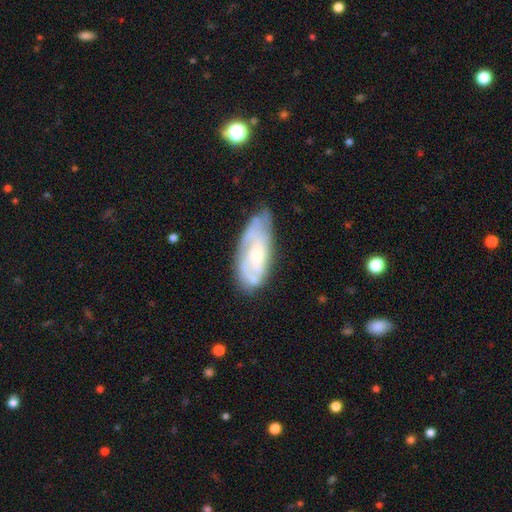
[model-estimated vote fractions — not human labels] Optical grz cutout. It shows a featured or disk galaxy (65%) with no bar (68%), spiral arms (75%) and a moderate central bulge (43%). Merging: none (55%).